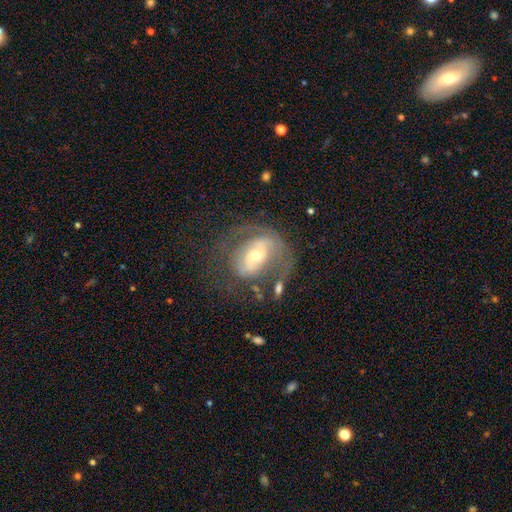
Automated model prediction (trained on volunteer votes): smooth-or-featured: featured or disk: 67% | smooth: 26% | star or artifact: 8%
  disk-edge-on: no: 95% | yes: 5%
    bar: no: 38% | weak: 34% | strong: 28%
    has-spiral-arms: yes: 61% | no: 39%
    bulge-size: moderate: 53% | small: 39% | large: 6% | dominant: 1% | none: 1%
  merging: none: 42% | major disturbance: 33% | minor disturbance: 19% | merger: 6%